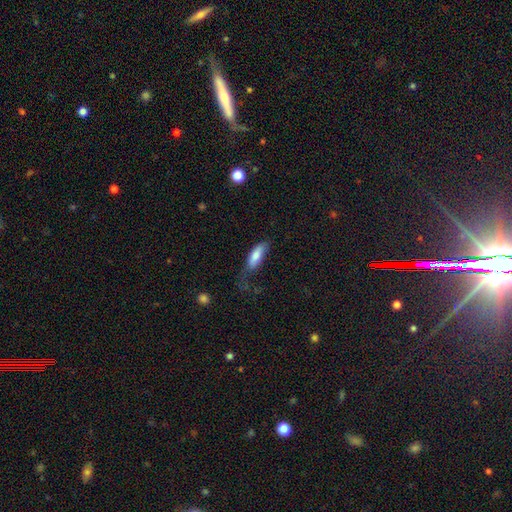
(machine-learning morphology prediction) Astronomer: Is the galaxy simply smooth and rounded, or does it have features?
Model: smooth — 77%.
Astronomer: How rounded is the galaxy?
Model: in between — 64%.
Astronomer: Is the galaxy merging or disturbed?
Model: none — 40% (runner-up: minor disturbance, 32%).